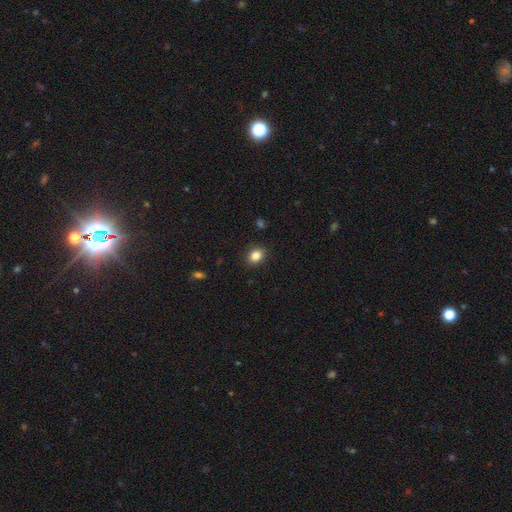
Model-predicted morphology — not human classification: This appears to be a smooth galaxy with no disk features (84%) that is in between round and cigar-shaped (51%). Merging: none (90%).